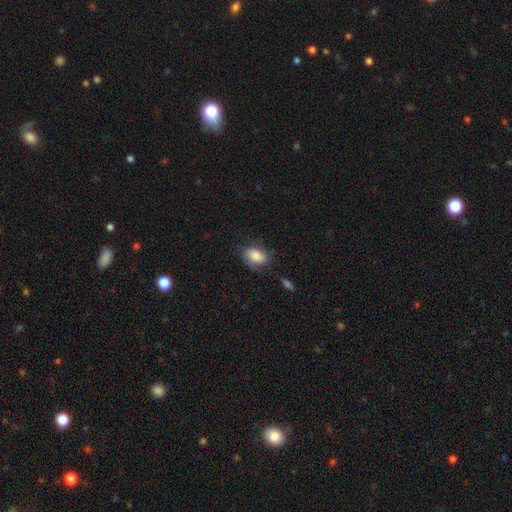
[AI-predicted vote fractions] Smooth or featured: smooth — 71% (featured or disk — 21%)
How rounded: in between — 79% (round — 19%)
Merging: none — 62% (minor disturbance — 26%)